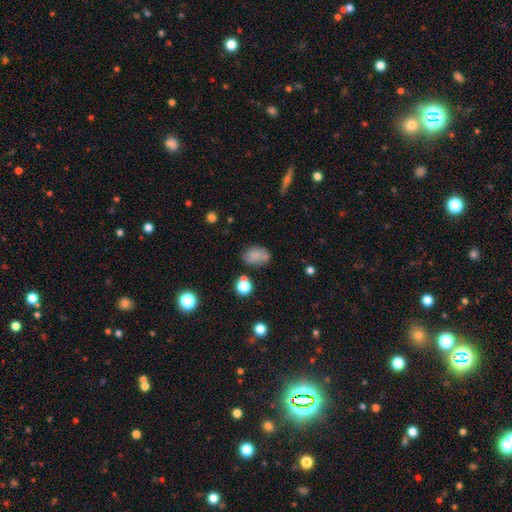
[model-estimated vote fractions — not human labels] smooth-or-featured: smooth: 77% | star or artifact: 12% | featured or disk: 11%
  how-rounded: in between: 82% | round: 17% | cigar-shaped: 1%
  merging: none: 59% | minor disturbance: 22% | merger: 12% | major disturbance: 7%